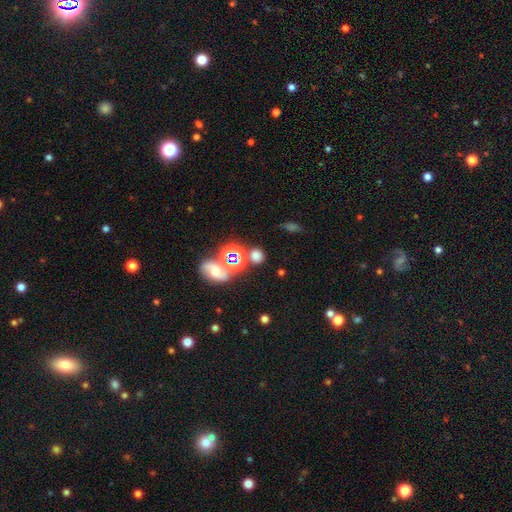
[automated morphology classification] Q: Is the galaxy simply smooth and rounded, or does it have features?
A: smooth — 63%.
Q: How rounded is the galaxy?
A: round — 74%.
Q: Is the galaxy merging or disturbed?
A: none — 63%.